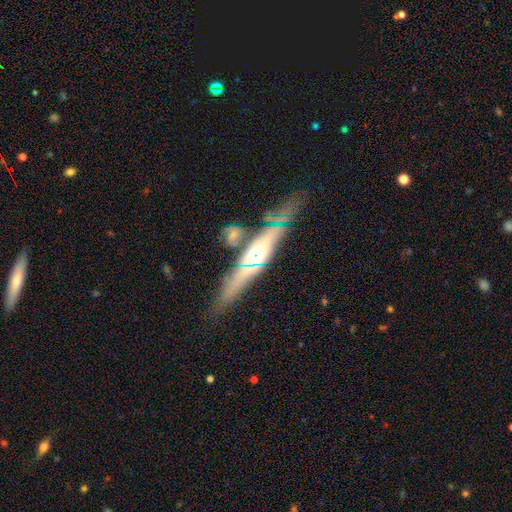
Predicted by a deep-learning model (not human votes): smooth_or_featured: featured or disk (p=0.70) [alt: smooth p=0.21]
disk_edge_on: yes (p=0.85) [alt: no p=0.15]
edge_on_bulge: rounded (p=0.81) [alt: none p=0.11]
merging: none (p=0.74) [alt: minor disturbance p=0.14]